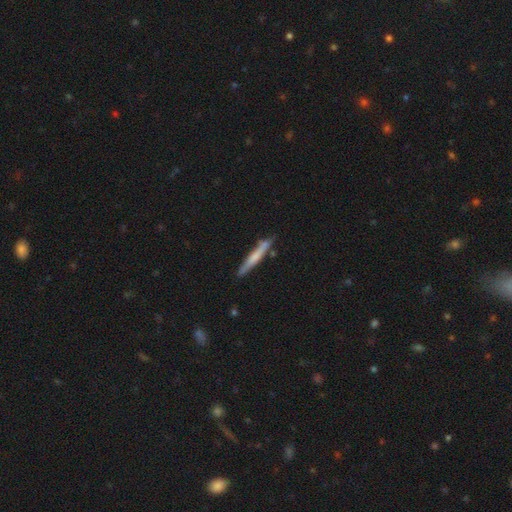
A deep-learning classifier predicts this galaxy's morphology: A smooth galaxy with no disk features (51%) that is cigar-shaped (95%).

Vote fractions:
- Smooth or featured? smooth: 51% / featured or disk: 43% / star or artifact: 6%
- How rounded? cigar-shaped: 95% / in between: 3% / round: 1%
- Merging? none: 79% / minor disturbance: 14% / merger: 4% / major disturbance: 2%